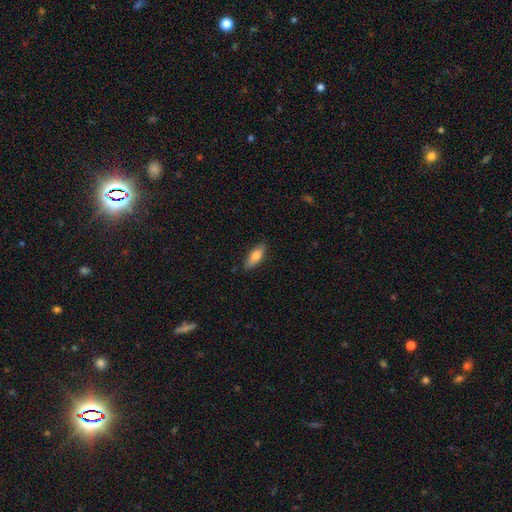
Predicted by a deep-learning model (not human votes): Smooth or featured: smooth — 76% (featured or disk — 18%)
How rounded: in between — 71% (cigar-shaped — 27%)
Merging: none — 86% (minor disturbance — 11%)